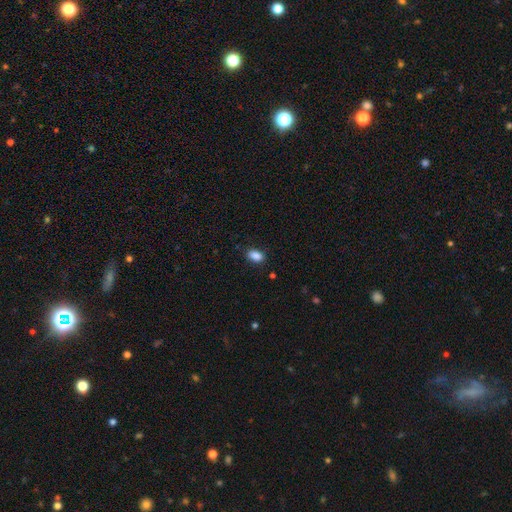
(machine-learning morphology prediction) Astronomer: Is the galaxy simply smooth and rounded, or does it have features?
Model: smooth — 88%.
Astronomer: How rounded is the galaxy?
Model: in between — 90%.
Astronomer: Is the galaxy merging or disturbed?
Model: none — 85%.